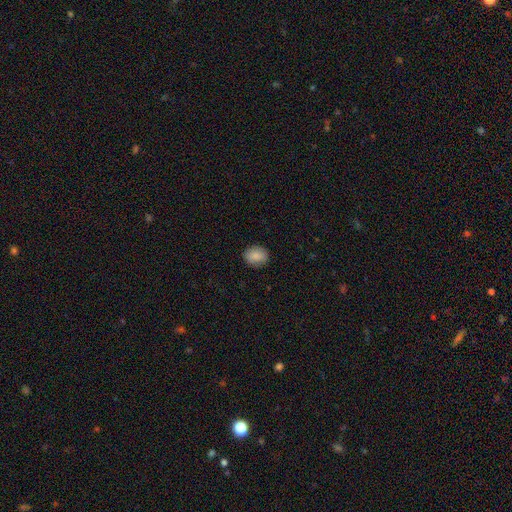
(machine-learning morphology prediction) This appears to be a smooth galaxy with no disk features (88%) that is in between round and cigar-shaped (52%). Merging: none (87%).